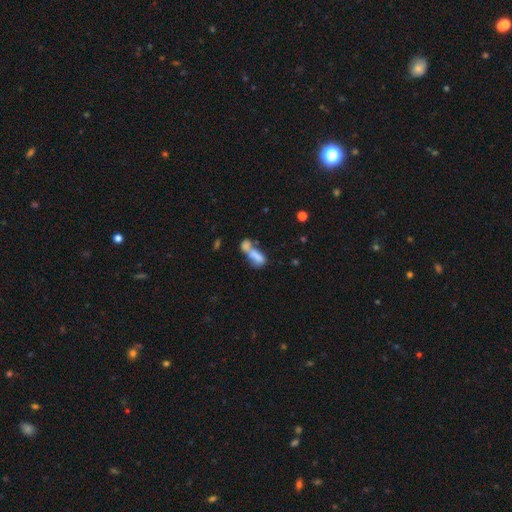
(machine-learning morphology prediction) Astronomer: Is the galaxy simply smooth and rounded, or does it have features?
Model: smooth — 68%.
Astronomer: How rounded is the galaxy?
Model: in between — 79%.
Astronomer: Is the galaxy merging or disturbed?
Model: merger — 69%.